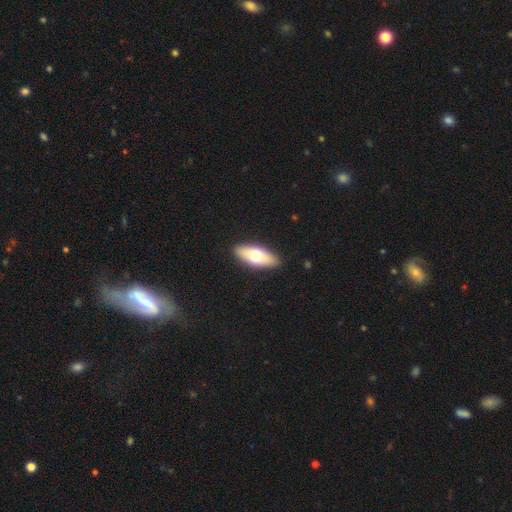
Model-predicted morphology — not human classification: Smooth or featured: smooth — 64% (featured or disk — 30%)
How rounded: in between — 80% (cigar-shaped — 17%)
Merging: none — 89% (minor disturbance — 8%)